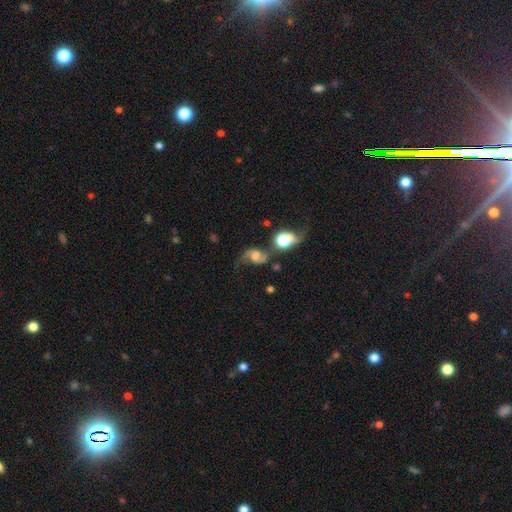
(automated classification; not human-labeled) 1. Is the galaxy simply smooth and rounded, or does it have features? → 68% featured or disk, 21% smooth, 12% star or artifact.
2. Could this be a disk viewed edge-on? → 97% no, 3% yes.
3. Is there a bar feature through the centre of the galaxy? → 56% no, 35% weak, 9% strong.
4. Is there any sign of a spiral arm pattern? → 93% yes, 7% no.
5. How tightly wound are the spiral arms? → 75% loose, 21% medium, 5% tight.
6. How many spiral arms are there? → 88% 2, 6% 1, 3% can't tell, 1% 3, 1% 4, 1% more than 4.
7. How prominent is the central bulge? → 33% moderate, 25% large, 18% none, 18% small, 6% dominant.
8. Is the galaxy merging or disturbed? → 48% none, 18% minor disturbance, 17% major disturbance, 17% merger.